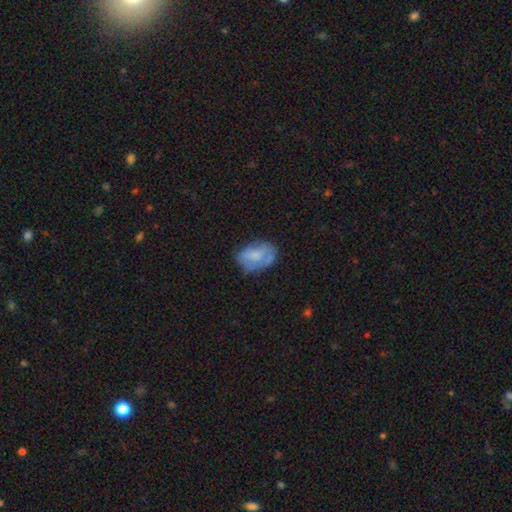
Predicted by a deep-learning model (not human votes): A smooth galaxy with no disk features (58%) that is in between round and cigar-shaped (81%). Merging: none (56%).